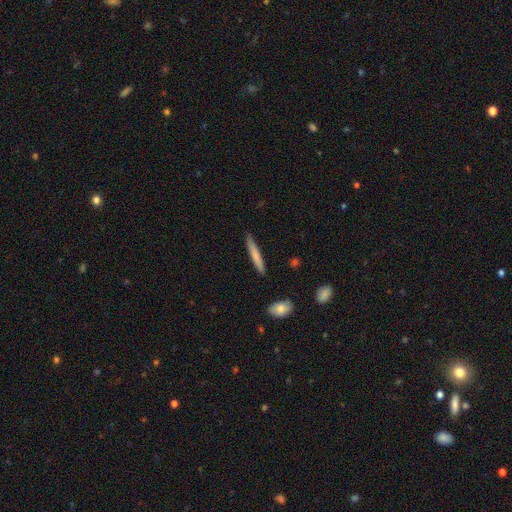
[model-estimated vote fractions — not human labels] smooth-or-featured: smooth: 70% | featured or disk: 25% | star or artifact: 6%
  how-rounded: cigar-shaped: 95% | in between: 4% | round: 1%
  merging: none: 86% | minor disturbance: 11% | major disturbance: 2% | merger: 2%